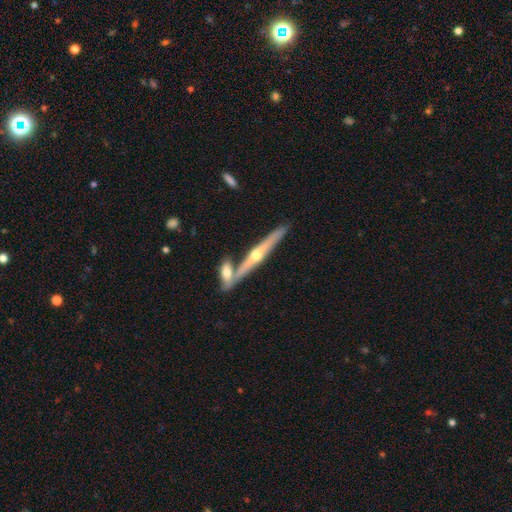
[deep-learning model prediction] Morphology: type=featured or disk (79%); edge-on=yes (97%); edge-on bulge=rounded (91%); merging=none (71%).